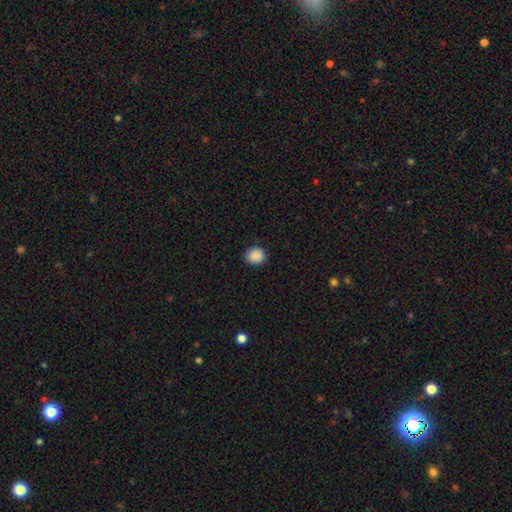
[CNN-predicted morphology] This is clearly a smooth galaxy (89%). How rounded: clearly round (87%). Merging: clearly none (90%).